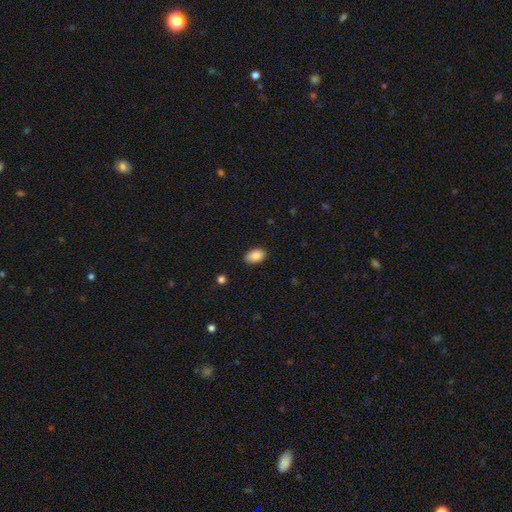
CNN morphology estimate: Smooth or featured? smooth (88%)
How rounded? in between (90%)
Merging? none (82%)